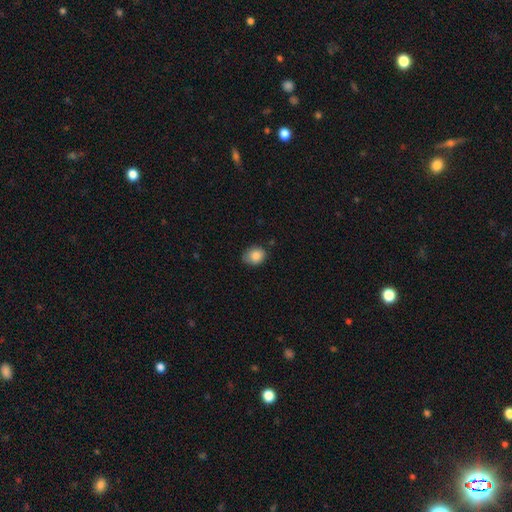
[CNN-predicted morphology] smooth-or-featured: smooth: 85% | star or artifact: 9% | featured or disk: 6%
  how-rounded: round: 50% | in between: 49% | cigar-shaped: 1%
  merging: none: 74% | minor disturbance: 21% | major disturbance: 3% | merger: 2%